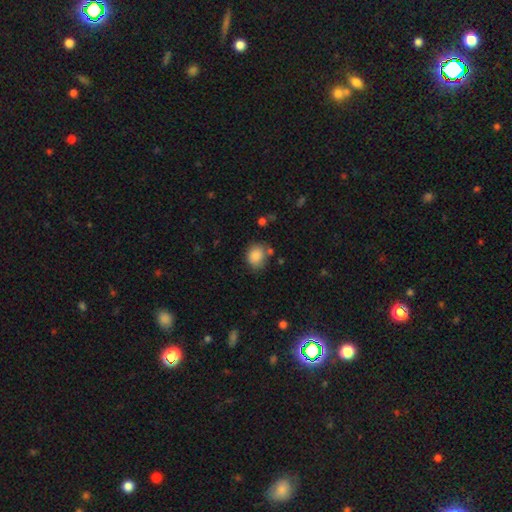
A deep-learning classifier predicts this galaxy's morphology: A smooth galaxy with no disk features (86%) that is round (61%).

Vote fractions:
- Smooth or featured? smooth: 86% / star or artifact: 9% / featured or disk: 5%
- How rounded? round: 61% / in between: 38% / cigar-shaped: 1%
- Merging? none: 67% / minor disturbance: 20% / merger: 8% / major disturbance: 6%